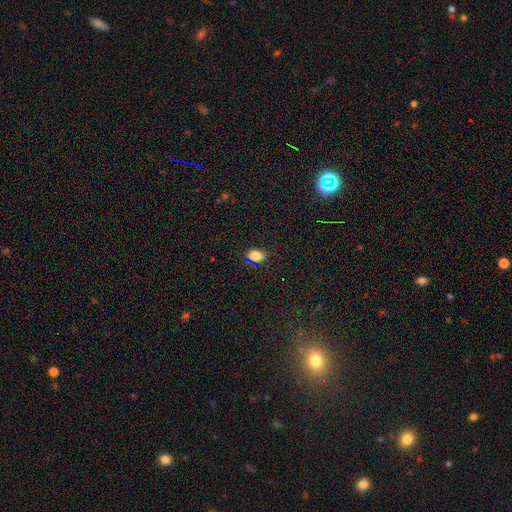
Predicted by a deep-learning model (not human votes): The model was most divided on "how rounded": in between: 60%, round: 38%, cigar-shaped: 2%. More confident: merging — none (83%); smooth or featured — smooth (73%).